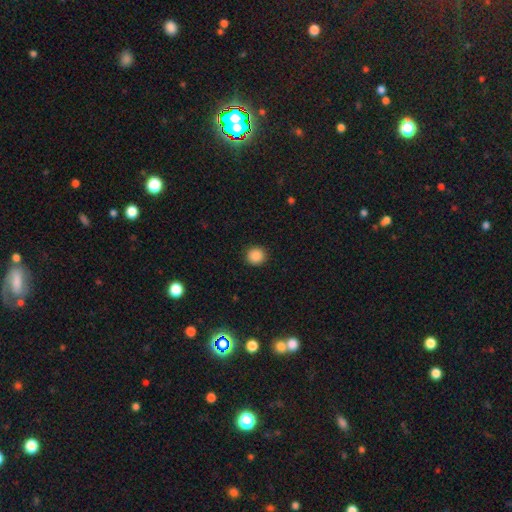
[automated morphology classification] Smooth or featured? Predicted: smooth (p=0.88). How rounded? Predicted: round (p=0.92). Merging? Predicted: none (p=0.92).